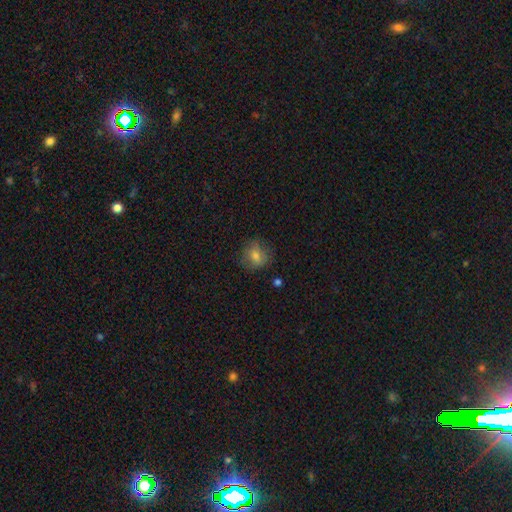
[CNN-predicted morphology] Smooth or featured: smooth — 73% (featured or disk — 15%)
How rounded: round — 72% (in between — 27%)
Merging: none — 76% (minor disturbance — 17%)